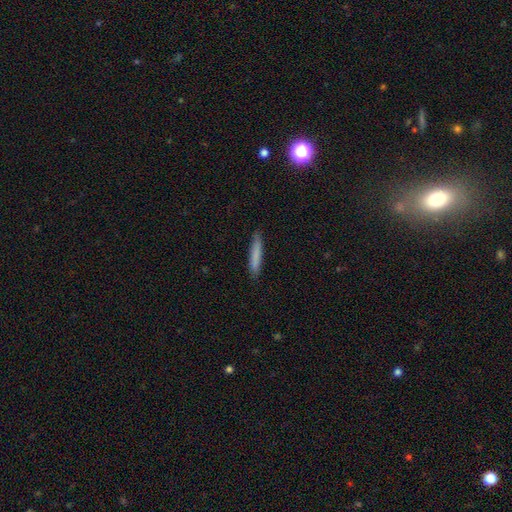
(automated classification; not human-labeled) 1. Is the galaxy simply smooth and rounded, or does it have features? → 79% smooth, 15% featured or disk, 6% star or artifact.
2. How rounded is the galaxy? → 93% cigar-shaped, 6% in between, 1% round.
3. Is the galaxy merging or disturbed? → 86% none, 11% minor disturbance, 2% major disturbance, 1% merger.